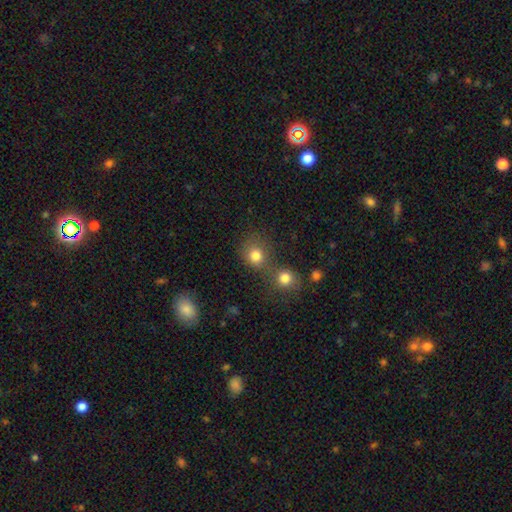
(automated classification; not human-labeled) Smooth or featured? smooth (80%)
How rounded? round (82%)
Merging? none (47%)